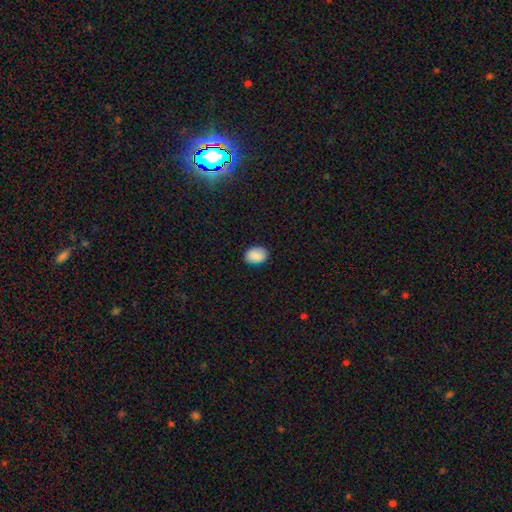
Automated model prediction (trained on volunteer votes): Smooth or featured? smooth (88%)
How rounded? in between (76%)
Merging? none (86%)